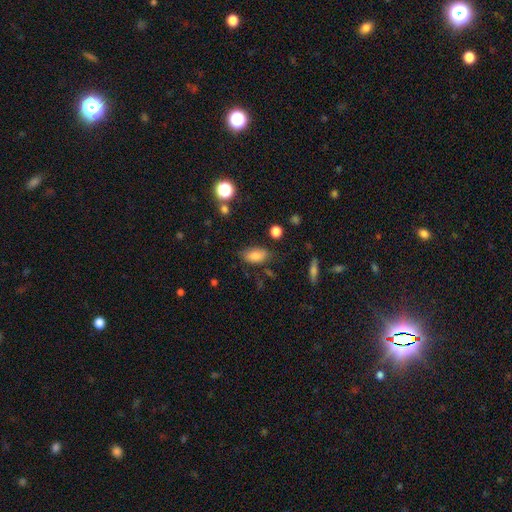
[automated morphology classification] A smooth galaxy with no disk features (82%) that is in between round and cigar-shaped (90%).

Vote fractions:
- Smooth or featured? smooth: 82% / star or artifact: 9% / featured or disk: 9%
- How rounded? in between: 90% / round: 5% / cigar-shaped: 4%
- Merging? none: 70% / minor disturbance: 21% / major disturbance: 6% / merger: 3%